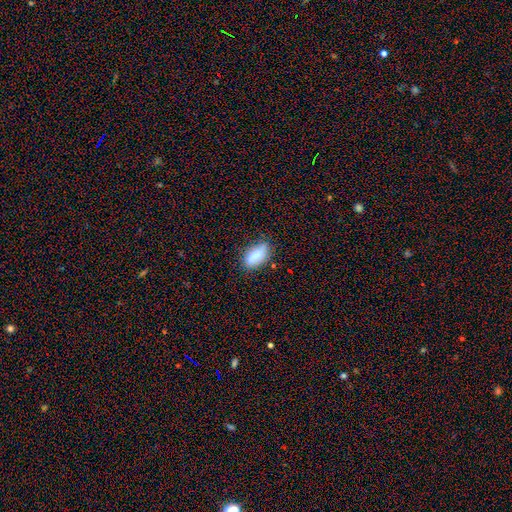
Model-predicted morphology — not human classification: Overall: smooth (78%). How rounded: in between (84%). Merging: none (72%).